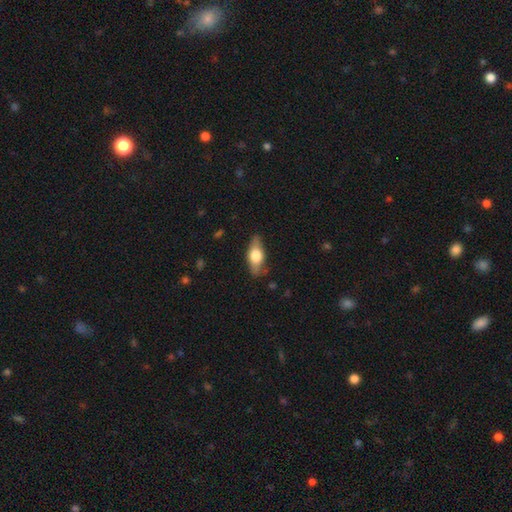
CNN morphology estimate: Smooth or featured? smooth (54%)
How rounded? in between (70%)
Merging? none (81%)